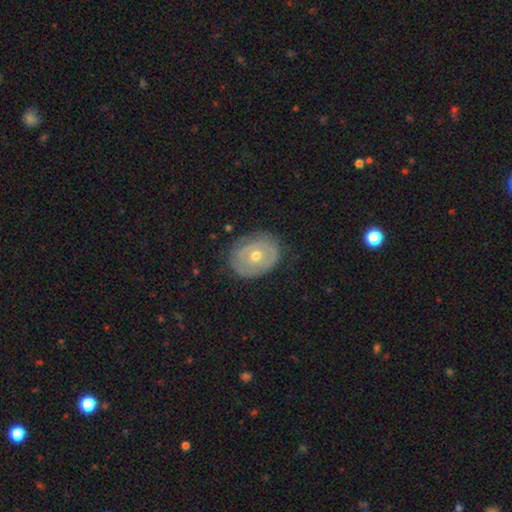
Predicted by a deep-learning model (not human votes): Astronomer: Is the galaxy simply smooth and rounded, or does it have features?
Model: featured or disk — 62%.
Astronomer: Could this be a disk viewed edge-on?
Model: no — 95%.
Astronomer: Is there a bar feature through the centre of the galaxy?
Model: no — 83%.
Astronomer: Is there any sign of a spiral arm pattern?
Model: no — 59% (runner-up: yes, 41%).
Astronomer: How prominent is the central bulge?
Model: moderate — 62%.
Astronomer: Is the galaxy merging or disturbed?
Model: none — 78%.